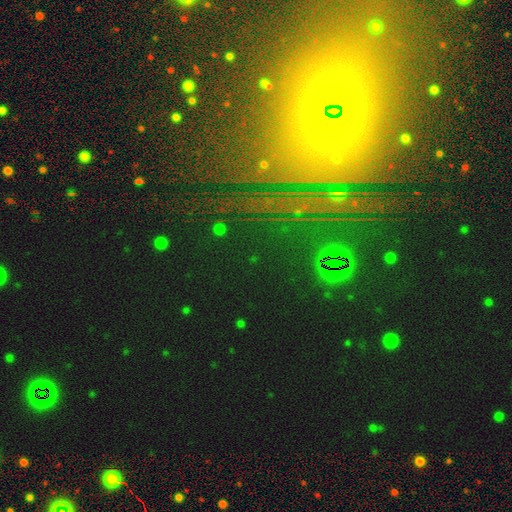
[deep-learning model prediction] Smooth or featured? star or artifact (70%)